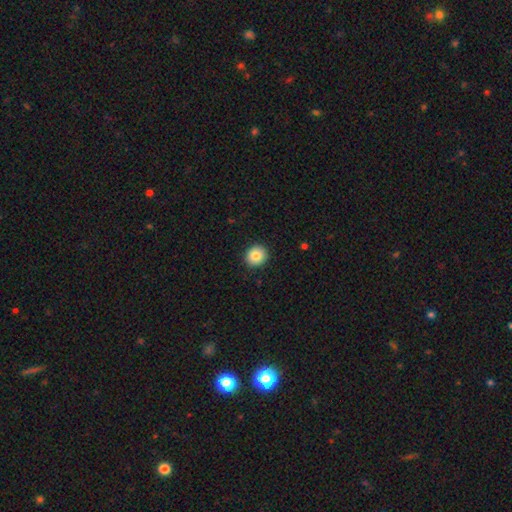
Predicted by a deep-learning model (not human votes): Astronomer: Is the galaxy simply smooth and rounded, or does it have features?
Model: smooth — 85%.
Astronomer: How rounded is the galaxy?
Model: round — 86%.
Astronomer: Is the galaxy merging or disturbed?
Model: none — 91%.